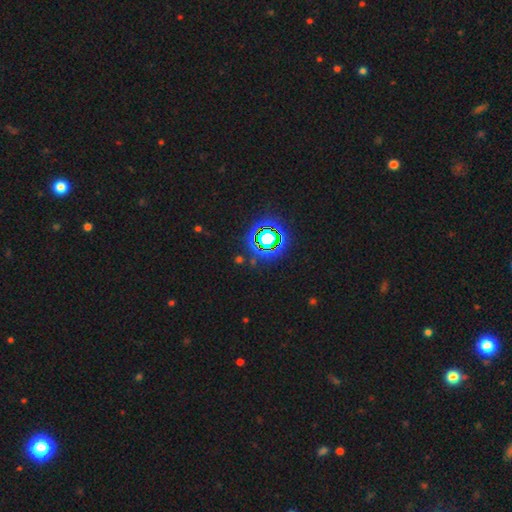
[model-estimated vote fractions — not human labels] The model was most divided on "smooth or featured": star or artifact: 78%, smooth: 13%, featured or disk: 8%.